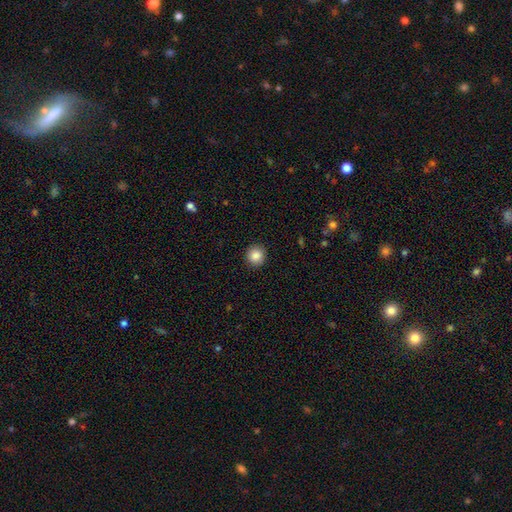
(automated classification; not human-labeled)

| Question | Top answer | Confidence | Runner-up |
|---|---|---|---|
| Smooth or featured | smooth | 86% | star or artifact (9%) |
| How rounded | round | 93% | in between (6%) |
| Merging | none | 92% | minor disturbance (5%) |